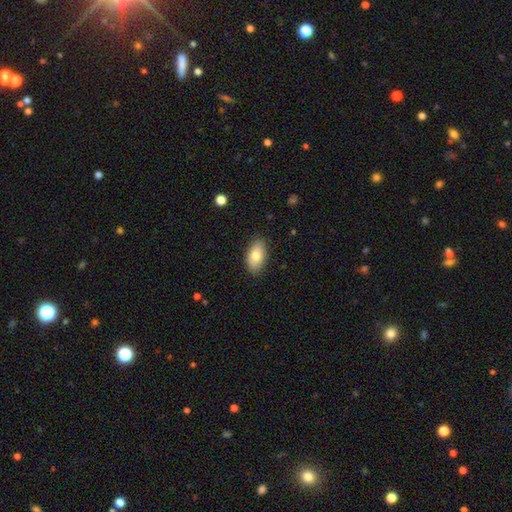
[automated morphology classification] This is likely a smooth galaxy (77%). How rounded: clearly in between (92%). Merging: clearly none (86%).